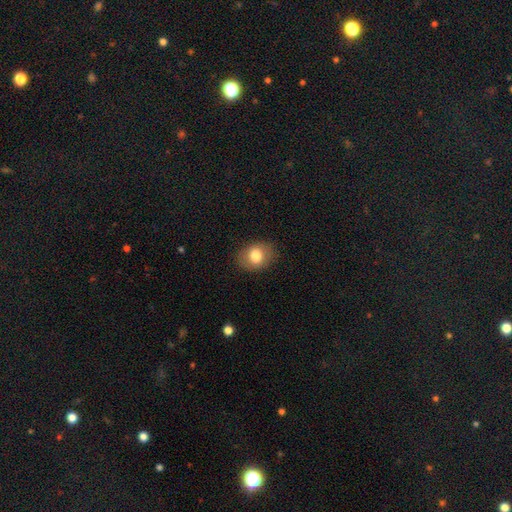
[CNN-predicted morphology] smooth-or-featured: smooth: 79% | featured or disk: 13% | star or artifact: 8%
  how-rounded: in between: 60% | round: 39% | cigar-shaped: 1%
  merging: none: 85% | minor disturbance: 11% | major disturbance: 3% | merger: 1%